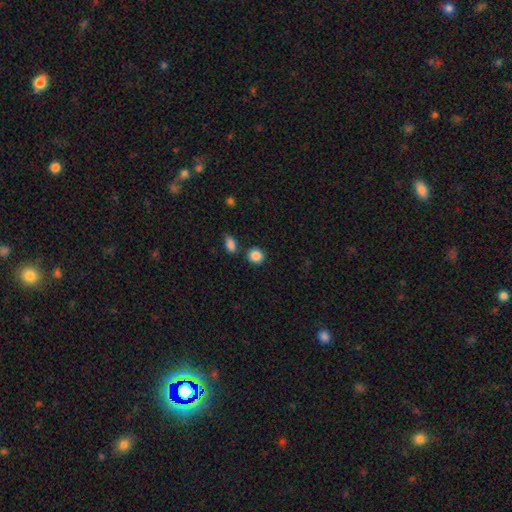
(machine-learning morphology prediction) The model was most divided on "how rounded": round: 83%, in between: 16%, cigar-shaped: 1%. More confident: smooth or featured — smooth (87%); merging — none (82%).